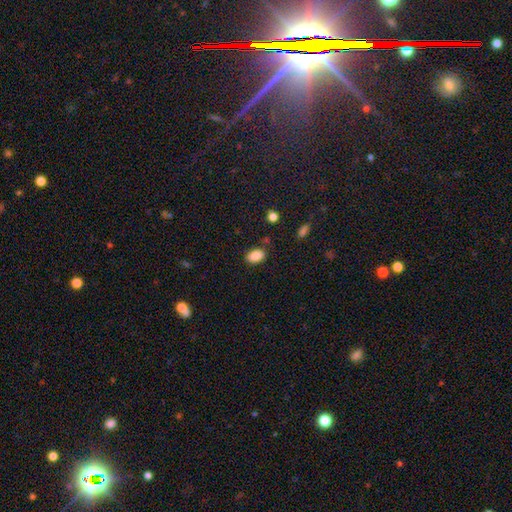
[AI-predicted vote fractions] Overall: smooth (88%). How rounded: in between (89%). Merging: none (82%).